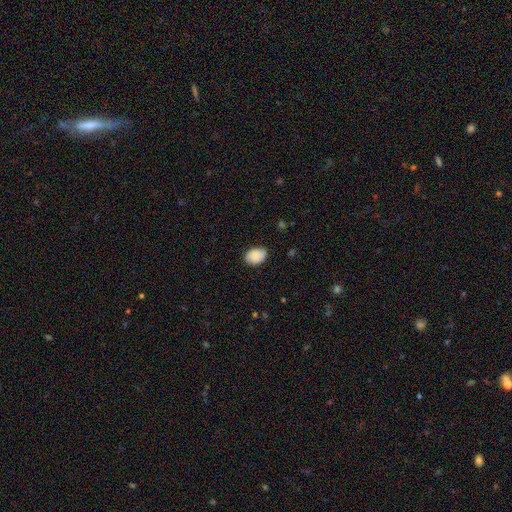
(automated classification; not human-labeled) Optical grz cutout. It shows a smooth galaxy with no disk features (85%) that is in between round and cigar-shaped (79%). Merging: none (82%).